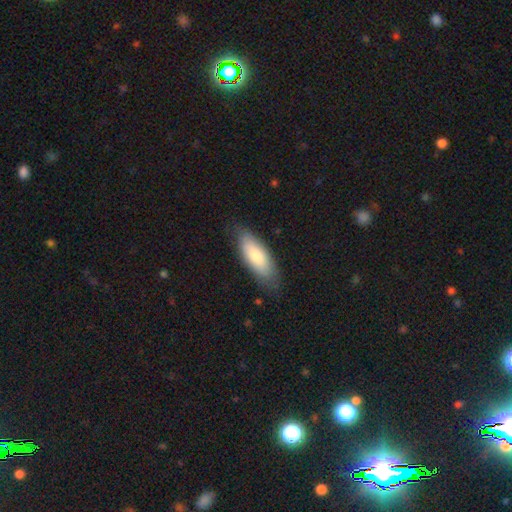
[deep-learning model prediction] smooth_or_featured: smooth (p=0.73) [alt: featured or disk p=0.21]
how_rounded: in between (p=0.73) [alt: cigar-shaped p=0.25]
merging: none (p=0.77) [alt: minor disturbance p=0.18]